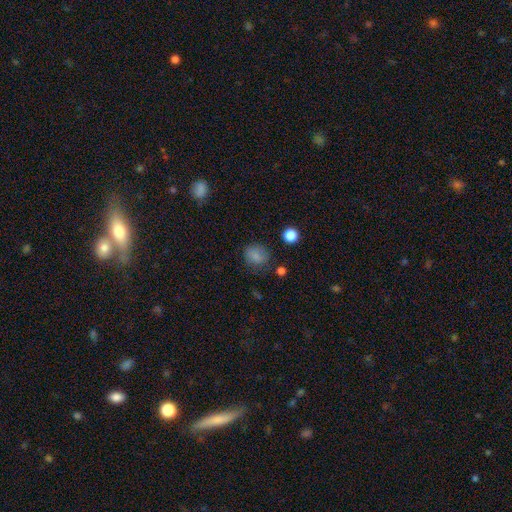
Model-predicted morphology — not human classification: Overall: smooth (81%). How rounded: round (68%; in between 31%). Merging: none (76%).